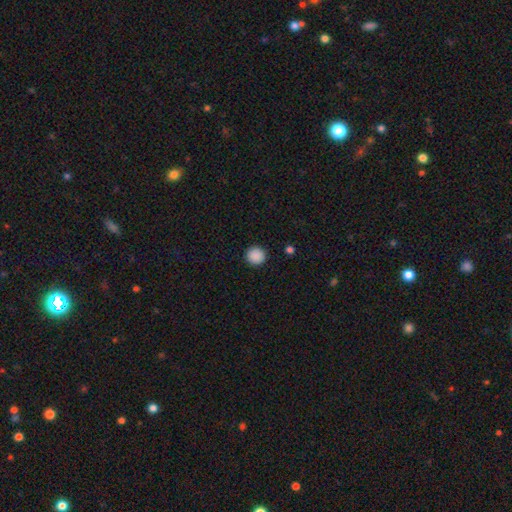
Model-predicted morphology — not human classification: The model was most divided on "smooth or featured": smooth: 89%, star or artifact: 9%, featured or disk: 2%. More confident: how rounded — round (94%); merging — none (93%).